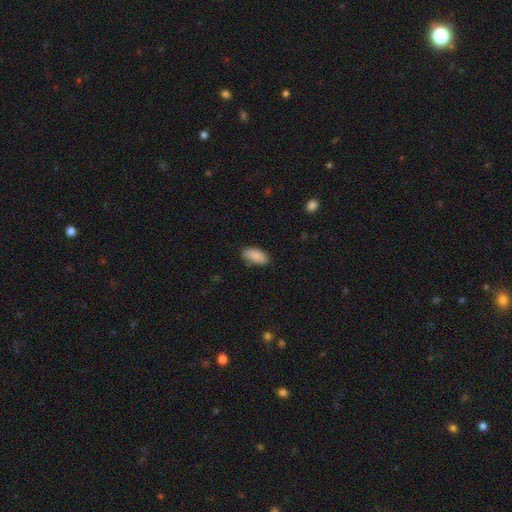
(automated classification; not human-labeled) Morphology: type=smooth (89%); roundness=in between (93%); merging=none (78%).